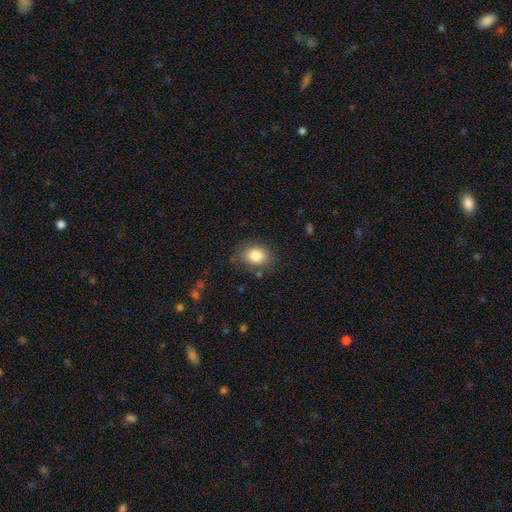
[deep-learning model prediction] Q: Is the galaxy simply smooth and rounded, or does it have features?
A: smooth — 83%.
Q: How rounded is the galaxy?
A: in between — 58%.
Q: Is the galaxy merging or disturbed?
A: none — 78%.